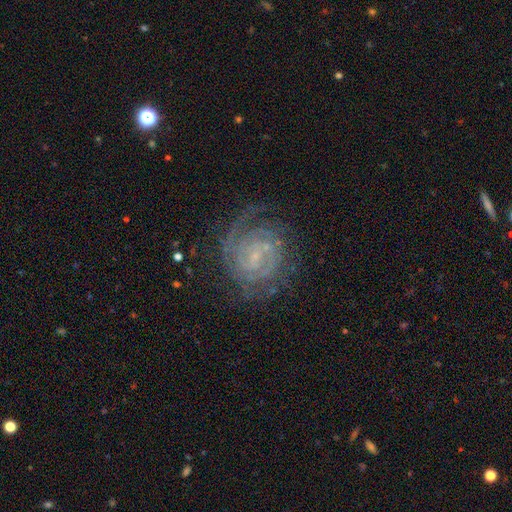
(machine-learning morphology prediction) A featured or disk galaxy (86%) with a weak bar (45%), 2 (39%) tight (68%) spiral arms (97%) and a small central bulge (74%). Merging: none (73%).